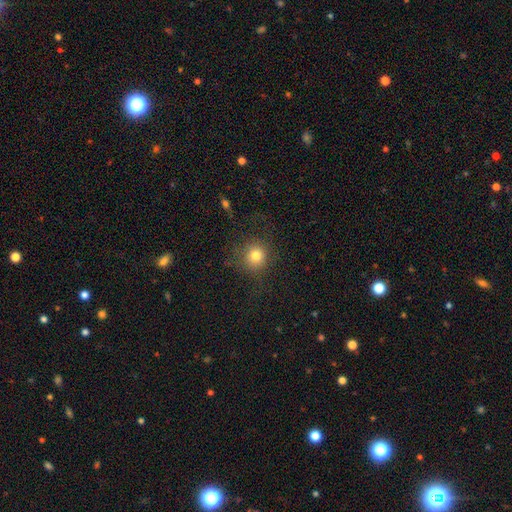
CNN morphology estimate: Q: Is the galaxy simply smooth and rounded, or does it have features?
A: smooth — 78%.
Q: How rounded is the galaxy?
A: round — 92%.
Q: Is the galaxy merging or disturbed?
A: none — 82%.